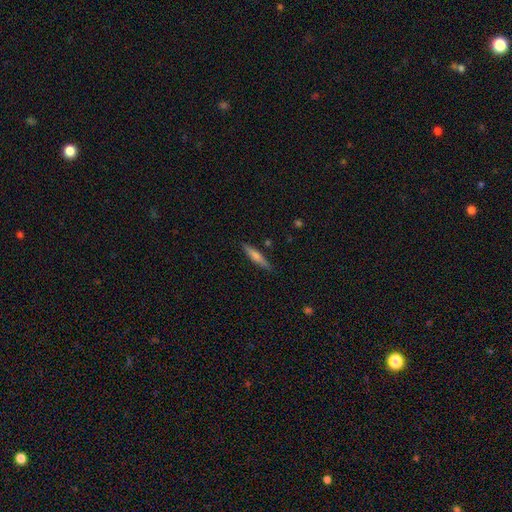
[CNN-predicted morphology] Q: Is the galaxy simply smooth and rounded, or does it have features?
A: smooth — 58%.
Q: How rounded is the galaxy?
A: cigar-shaped — 90%.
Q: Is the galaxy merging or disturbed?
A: none — 86%.